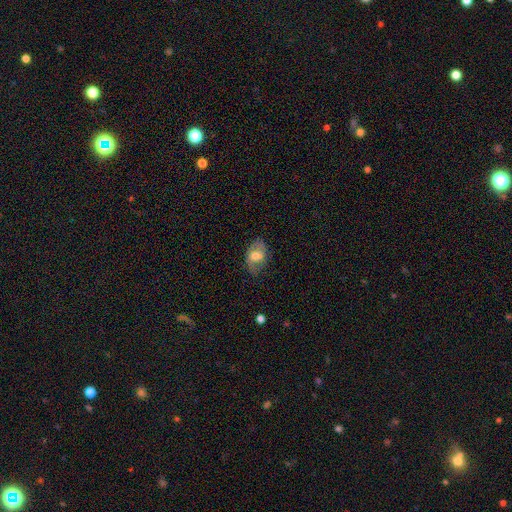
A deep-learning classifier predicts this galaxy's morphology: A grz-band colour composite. It shows a smooth galaxy with no disk features (59%) that is in between round and cigar-shaped (85%). Merging: none (68%).